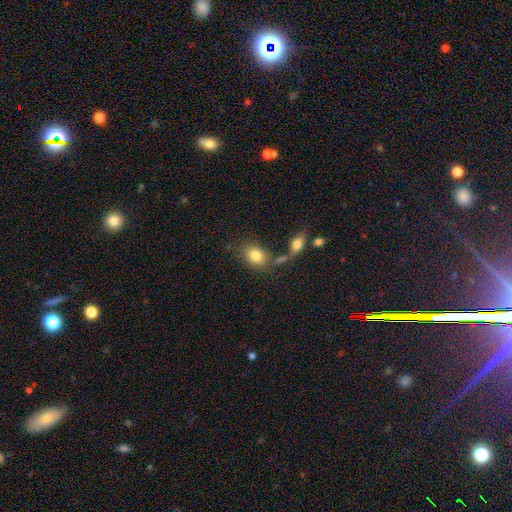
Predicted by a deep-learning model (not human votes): This is clearly a smooth galaxy (81%). How rounded: likely in between (67%). Merging: possibly none (60%).